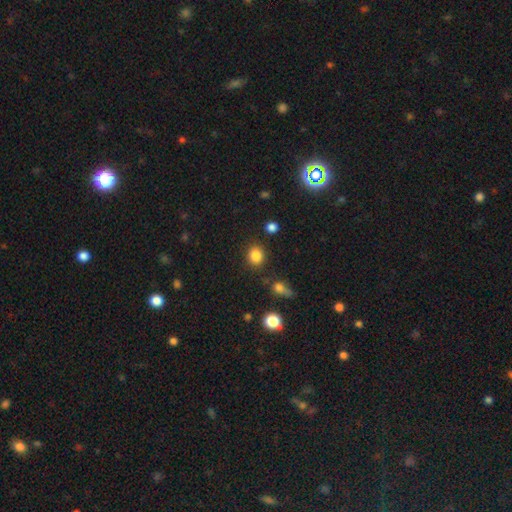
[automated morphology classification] A smooth galaxy with no disk features (84%) that is round (78%). Merging: none (85%).